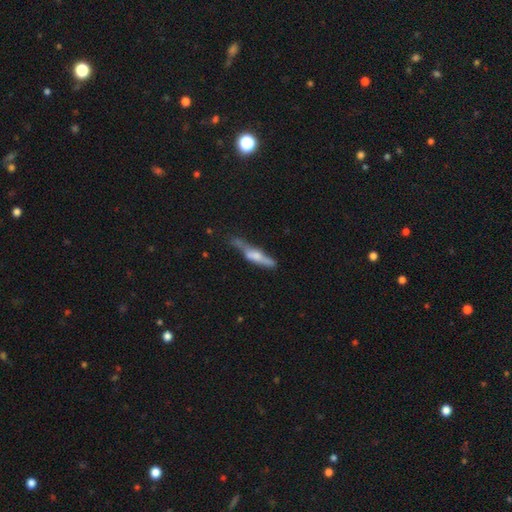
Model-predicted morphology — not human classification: smooth-or-featured: featured or disk: 50% | smooth: 43% | star or artifact: 7%
  merging: none: 51% | minor disturbance: 29% | major disturbance: 12% | merger: 8%